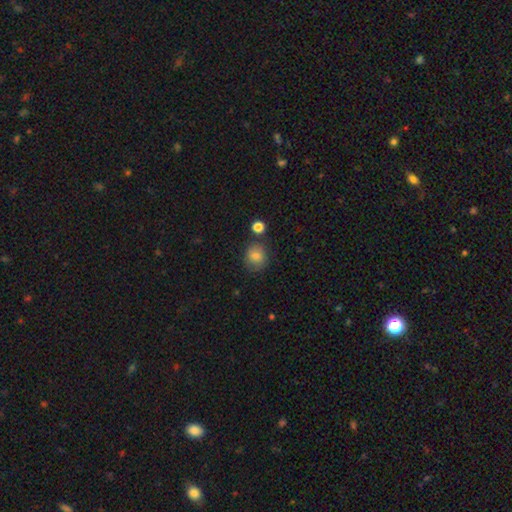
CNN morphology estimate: Q: Smooth or featured?
A: smooth (81%); runner-up: star or artifact (10%)
Q: How rounded?
A: round (81%); runner-up: in between (19%)
Q: Merging?
A: none (78%); runner-up: minor disturbance (12%)